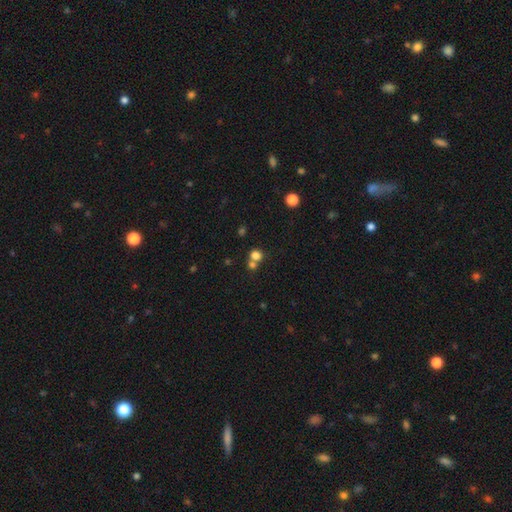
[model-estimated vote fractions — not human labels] The model was most divided on "merging": none: 50%, merger: 40%, minor disturbance: 7%, major disturbance: 3%. More confident: how rounded — round (77%); smooth or featured — smooth (77%).